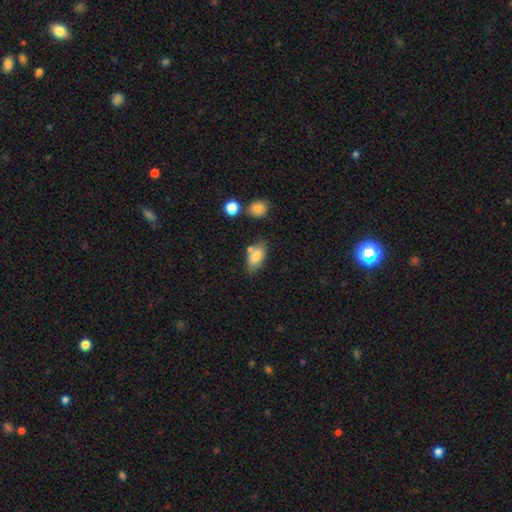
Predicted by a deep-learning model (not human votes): A smooth galaxy with no disk features (81%) that is in between round and cigar-shaped (89%). Merging: none (60%).